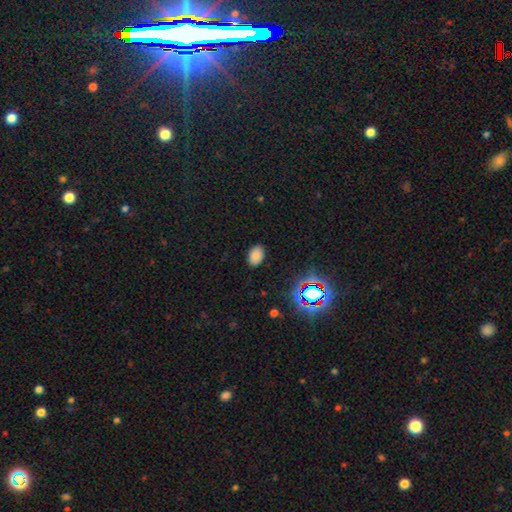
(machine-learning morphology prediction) Smooth or featured? smooth (80%)
How rounded? in between (85%)
Merging? none (86%)